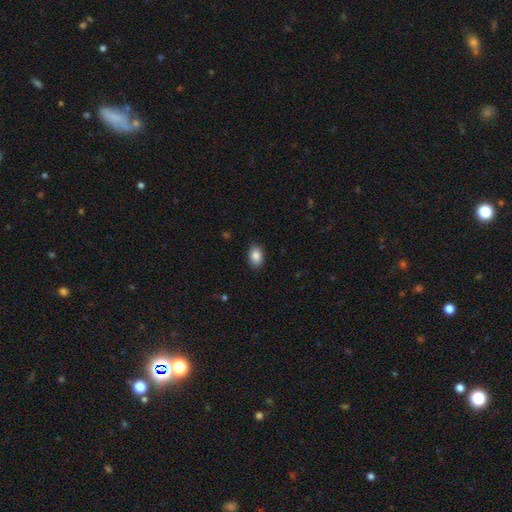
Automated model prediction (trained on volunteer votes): This is clearly a smooth galaxy (87%). How rounded: clearly in between (82%). Merging: clearly none (88%).